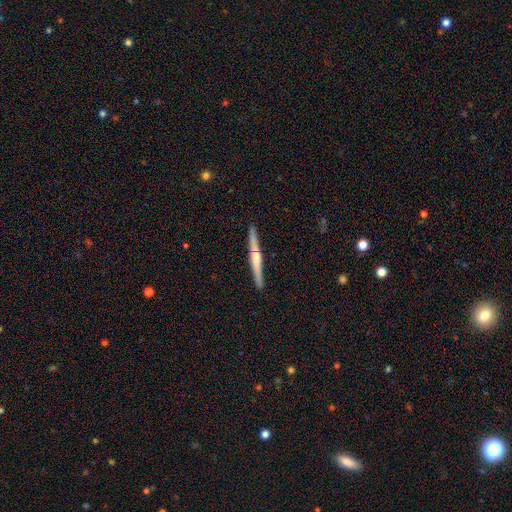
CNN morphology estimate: smooth_or_featured: featured or disk (p=0.70) [alt: smooth p=0.25]
disk_edge_on: yes (p=0.98) [alt: no p=0.02]
edge_on_bulge: rounded (p=0.82) [alt: none p=0.13]
merging: none (p=0.92) [alt: minor disturbance p=0.06]